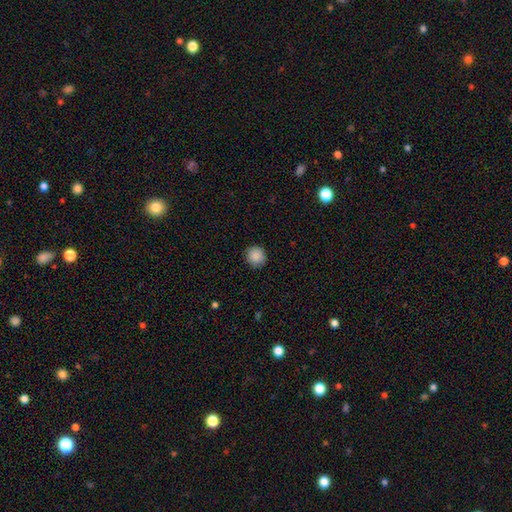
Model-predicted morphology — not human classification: smooth_or_featured: smooth (p=0.88) [alt: star or artifact p=0.09]
how_rounded: round (p=0.91) [alt: in between p=0.08]
merging: none (p=0.89) [alt: minor disturbance p=0.08]